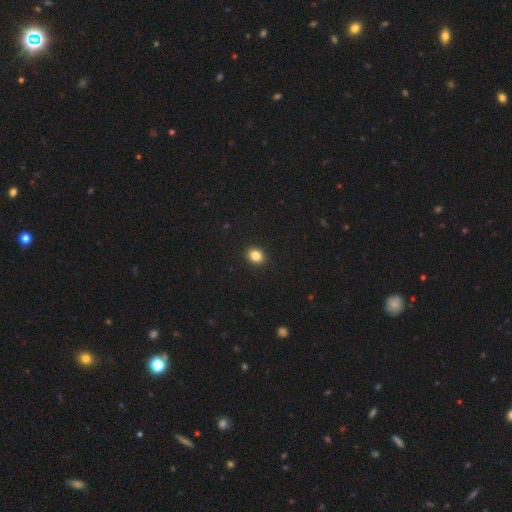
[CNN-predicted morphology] Smooth or featured? Predicted: smooth (p=0.85). How rounded? Predicted: round (p=0.51). Merging? Predicted: none (p=0.92).